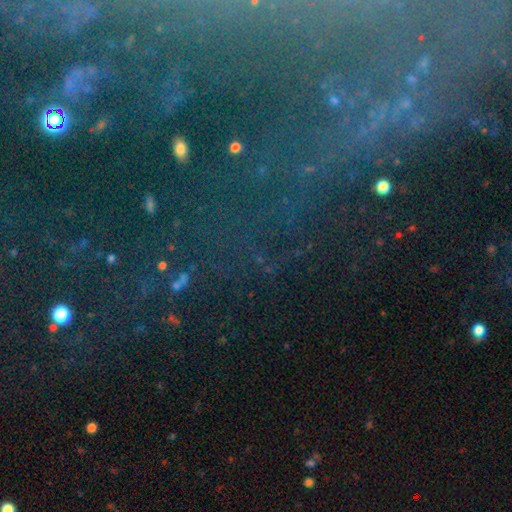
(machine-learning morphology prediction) This is likely a star or artifact rather than a galaxy (64%).